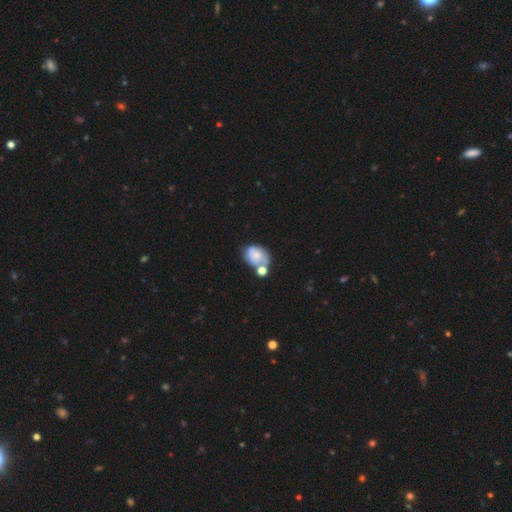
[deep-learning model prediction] Morphology: type=smooth (62%); roundness=in between (62%); merging=merger (37%).